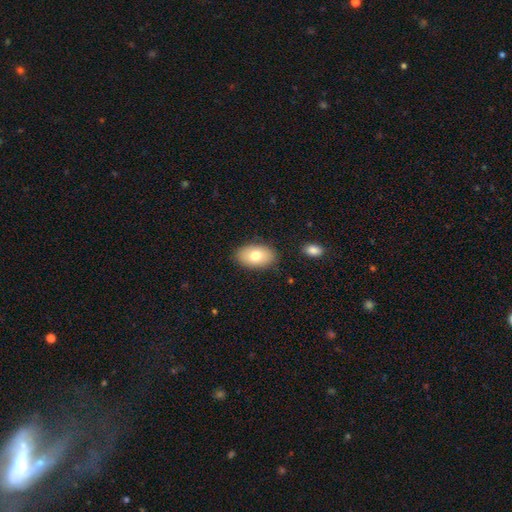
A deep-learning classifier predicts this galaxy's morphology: Smooth or featured: smooth — 76% (featured or disk — 17%)
How rounded: in between — 90% (round — 8%)
Merging: none — 85% (minor disturbance — 11%)